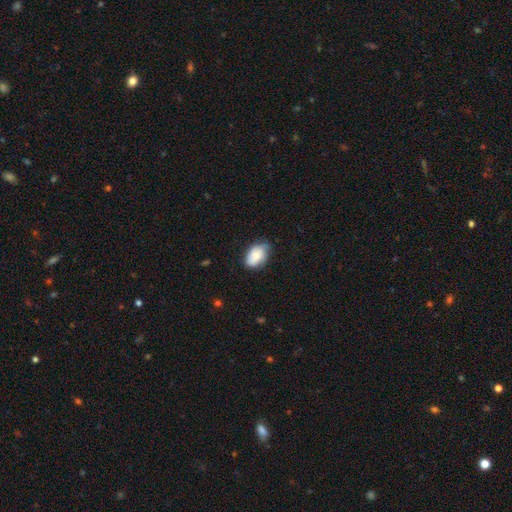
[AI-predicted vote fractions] This appears to be a smooth galaxy with no disk features (77%) that is in between round and cigar-shaped (90%). Merging: none (64%).